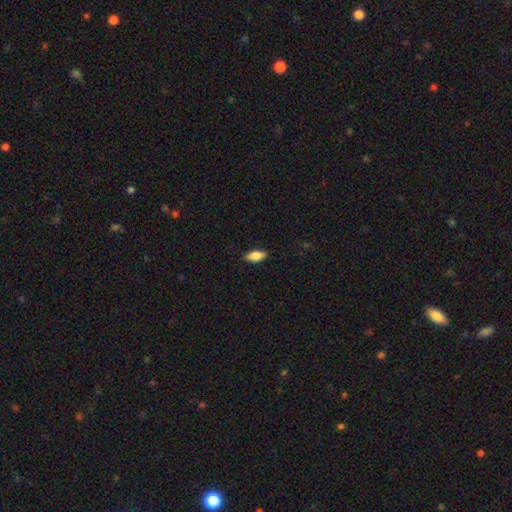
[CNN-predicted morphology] The model was most divided on "smooth or featured": smooth: 81%, featured or disk: 12%, star or artifact: 7%. More confident: merging — none (88%); how rounded — in between (87%).